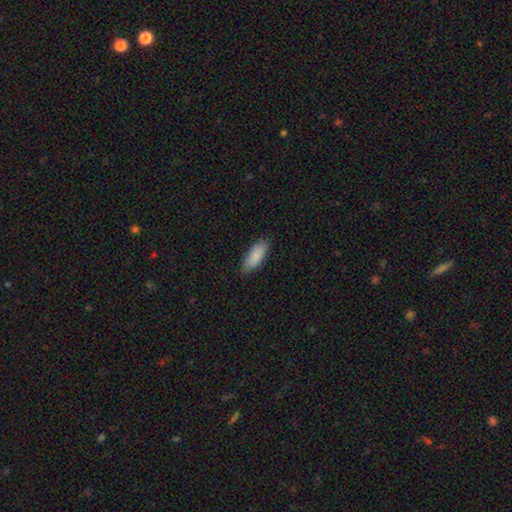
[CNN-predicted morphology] Overall: smooth (88%). How rounded: in between (75%). Merging: none (85%).